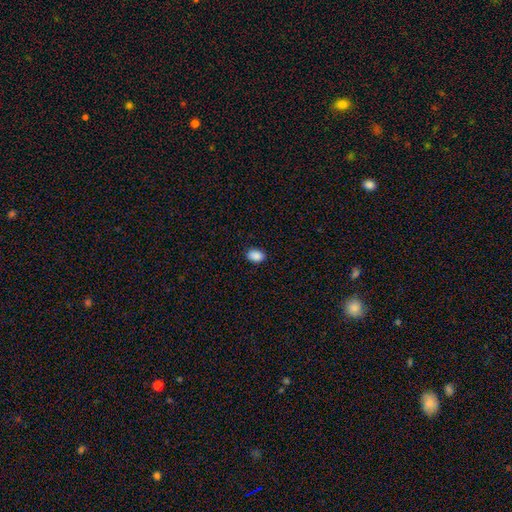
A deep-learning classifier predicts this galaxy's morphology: smooth_or_featured: smooth (p=0.89) [alt: star or artifact p=0.08]
how_rounded: in between (p=0.78) [alt: round p=0.21]
merging: none (p=0.89) [alt: minor disturbance p=0.08]